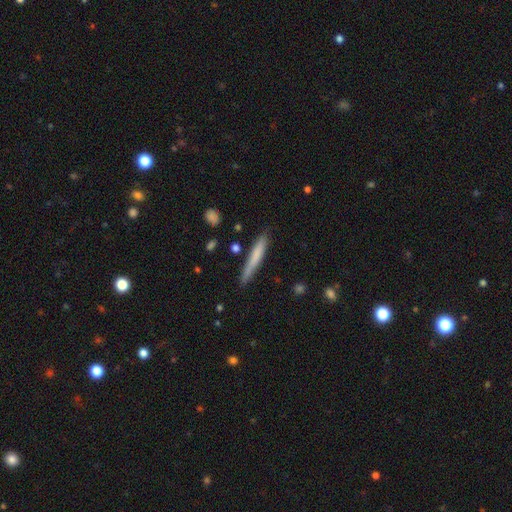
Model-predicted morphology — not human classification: smooth_or_featured: smooth (p=0.68) [alt: featured or disk p=0.26]
how_rounded: cigar-shaped (p=0.95) [alt: in between p=0.04]
merging: none (p=0.79) [alt: minor disturbance p=0.16]